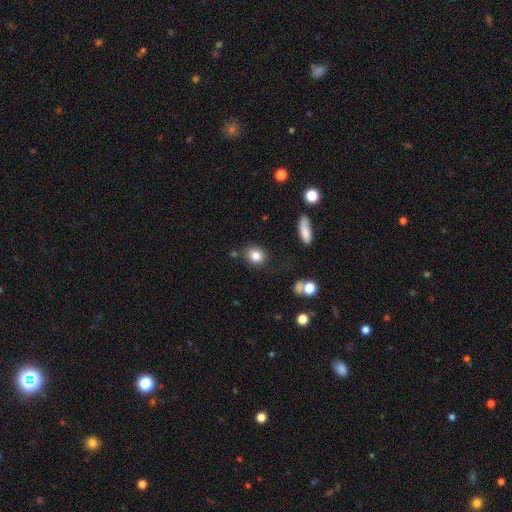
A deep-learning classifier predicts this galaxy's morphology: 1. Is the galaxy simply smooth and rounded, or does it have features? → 83% smooth, 10% star or artifact, 7% featured or disk.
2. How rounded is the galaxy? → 59% round, 40% in between, 2% cigar-shaped.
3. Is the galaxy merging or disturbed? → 77% none, 14% minor disturbance, 5% merger, 5% major disturbance.